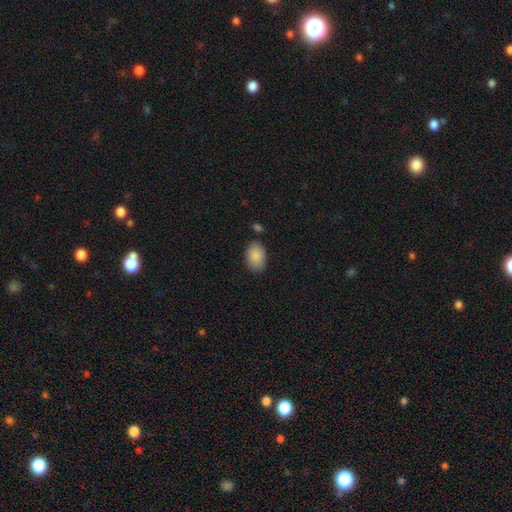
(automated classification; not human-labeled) This appears to be a smooth galaxy with no disk features (89%) that is in between round and cigar-shaped (87%). Merging: none (80%).